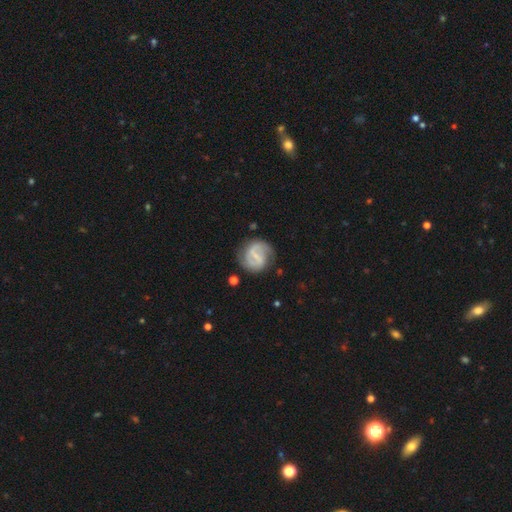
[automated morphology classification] A featured or disk galaxy (78%) with a weak bar (51%), 2 (84%) medium (48%) spiral arms (92%) and a small central bulge (53%).

Vote fractions:
- Smooth or featured? featured or disk: 78% / smooth: 17% / star or artifact: 6%
- Edge-on disk? no: 98% / yes: 2%
- Bar? weak: 51% / strong: 30% / no: 18%
- Spiral arms? yes: 92% / no: 8%
- Spiral winding? medium: 48% / tight: 29% / loose: 22%
- Spiral arm count? 2: 84% / can't tell: 8% / 1: 4% / 3: 2% / 4: 1% / more than 4: 1%
- Bulge size? small: 53% / none: 32% / moderate: 13% / large: 1% / dominant: 1%
- Merging? none: 72% / minor disturbance: 17% / major disturbance: 8% / merger: 2%